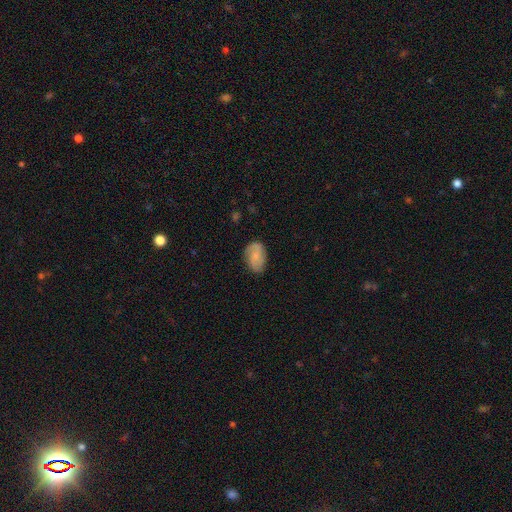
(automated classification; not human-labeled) Overall: smooth (50%; featured or disk 42%). Merging: none (74%).